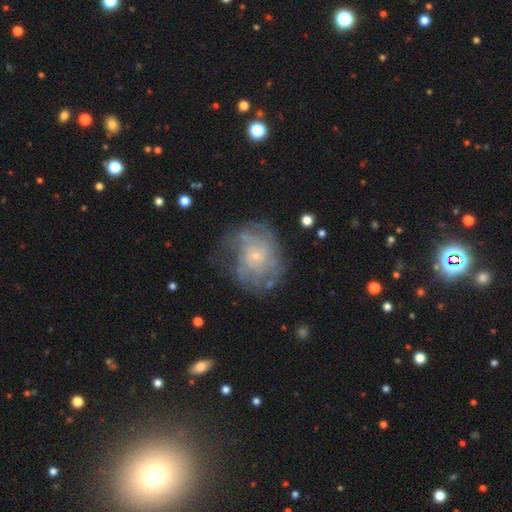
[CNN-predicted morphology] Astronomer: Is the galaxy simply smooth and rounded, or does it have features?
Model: featured or disk — 71%.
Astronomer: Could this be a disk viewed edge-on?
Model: no — 97%.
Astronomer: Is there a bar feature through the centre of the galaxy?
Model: no — 79%.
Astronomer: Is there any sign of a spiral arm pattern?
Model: yes — 80%.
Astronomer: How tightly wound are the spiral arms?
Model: tight — 50% (runner-up: medium, 34%).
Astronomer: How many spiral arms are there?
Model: can't tell — 51%.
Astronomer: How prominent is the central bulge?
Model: small — 78%.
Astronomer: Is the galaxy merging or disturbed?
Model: none — 59%.